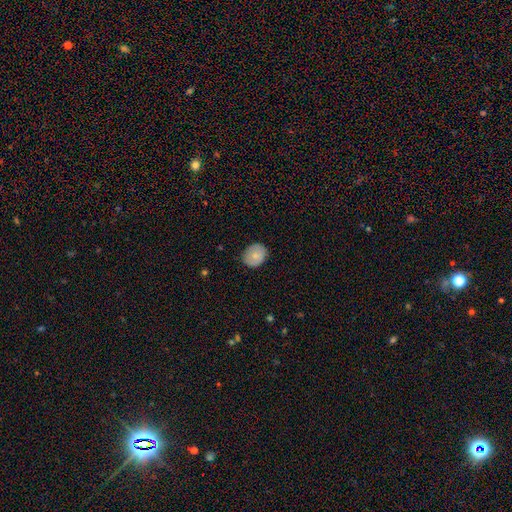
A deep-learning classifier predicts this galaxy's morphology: Smooth or featured: smooth — 82% (featured or disk — 11%)
How rounded: round — 58% (in between — 41%)
Merging: none — 83% (minor disturbance — 14%)